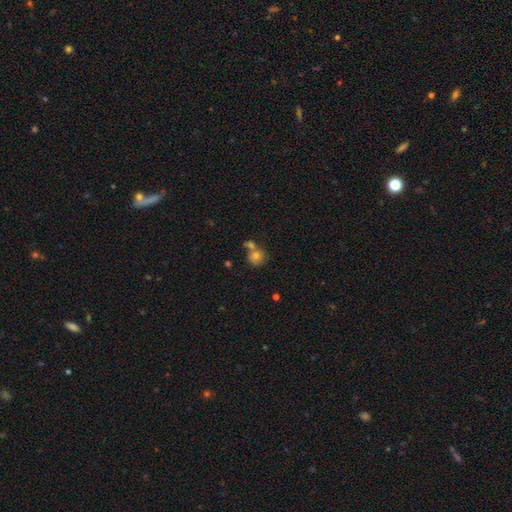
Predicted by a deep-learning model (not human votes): Smooth or featured?
  - smooth: 72% *
  - featured or disk: 17%
  - star or artifact: 11%
How rounded?
  - round: 84% *
  - in between: 15%
  - cigar-shaped: 1%
Merging?
  - none: 43% *
  - merger: 40%
  - minor disturbance: 12%
  - major disturbance: 5%